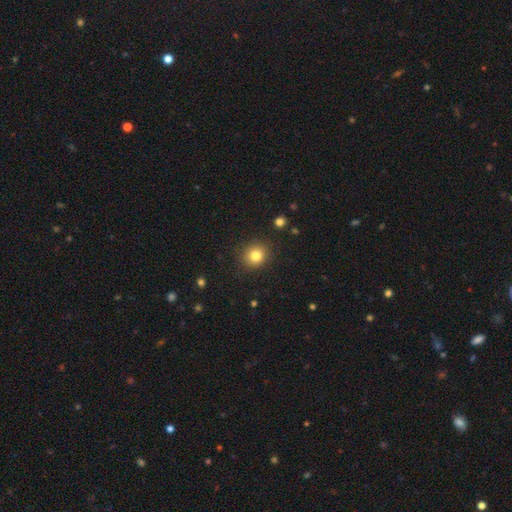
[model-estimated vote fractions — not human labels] smooth_or_featured: smooth (p=0.82) [alt: star or artifact p=0.12]
how_rounded: round (p=0.83) [alt: in between p=0.16]
merging: none (p=0.88) [alt: minor disturbance p=0.08]